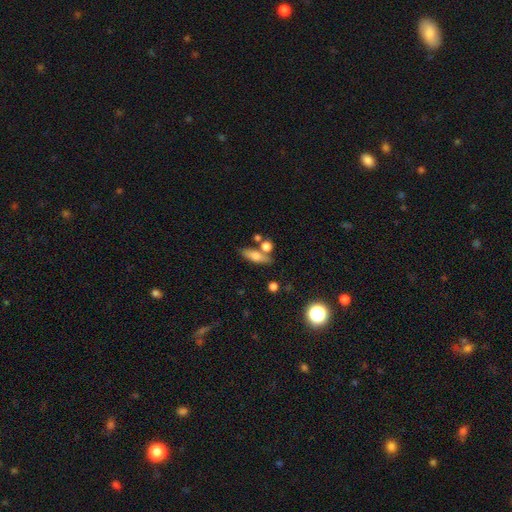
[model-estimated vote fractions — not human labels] A smooth galaxy with no disk features (68%) that is in between round and cigar-shaped (55%). Merging: none (63%).